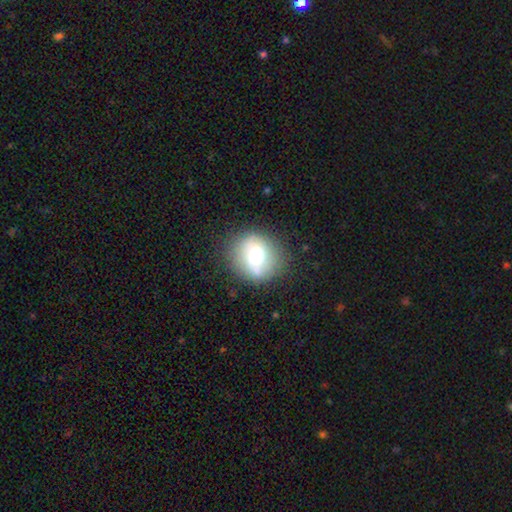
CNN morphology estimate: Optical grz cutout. It shows a smooth galaxy with no disk features (64%) that is round (79%). Merging: none (67%).